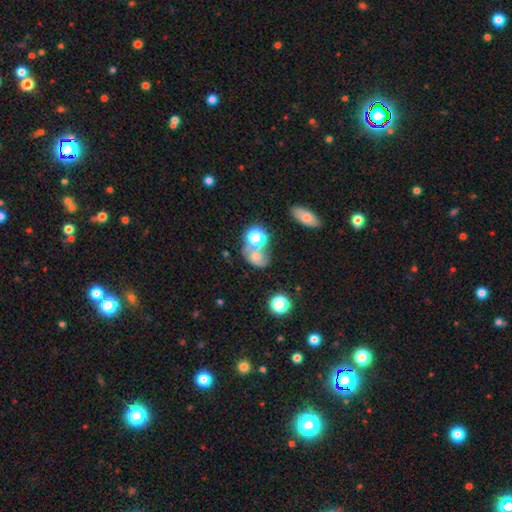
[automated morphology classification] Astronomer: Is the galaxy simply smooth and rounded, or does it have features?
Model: smooth — 47% (runner-up: star or artifact, 28%).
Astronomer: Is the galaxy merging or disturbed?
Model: none — 43% (runner-up: merger, 31%).